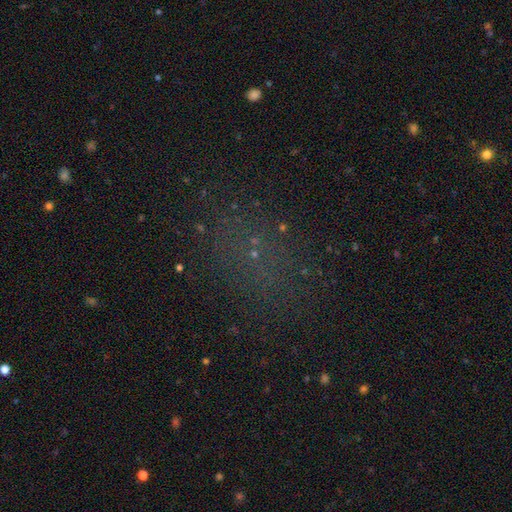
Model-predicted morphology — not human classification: smooth-or-featured: star or artifact: 48% | smooth: 39% | featured or disk: 13%